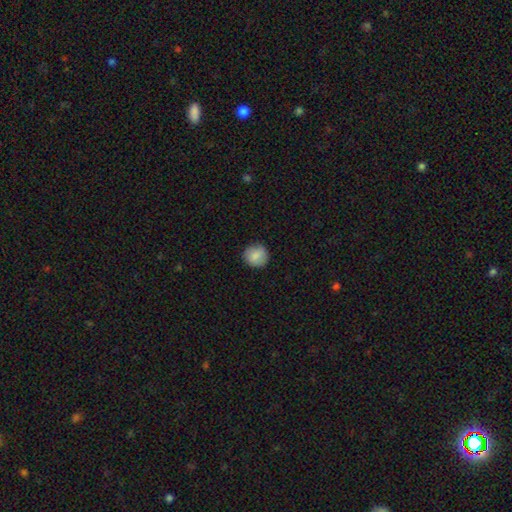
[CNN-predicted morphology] Smooth or featured? smooth (86%)
How rounded? round (92%)
Merging? none (87%)